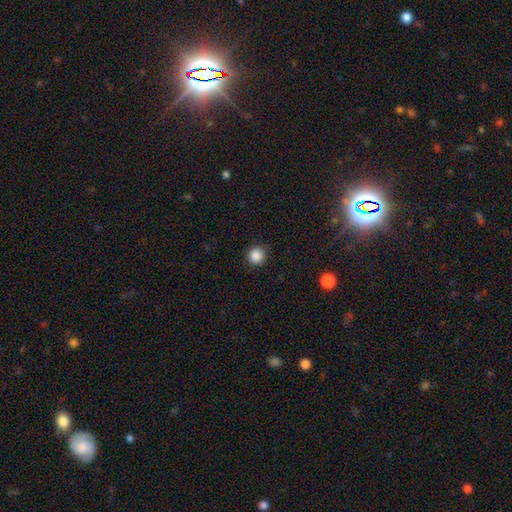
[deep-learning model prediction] Overall: smooth (87%). How rounded: round (95%). Merging: none (88%).